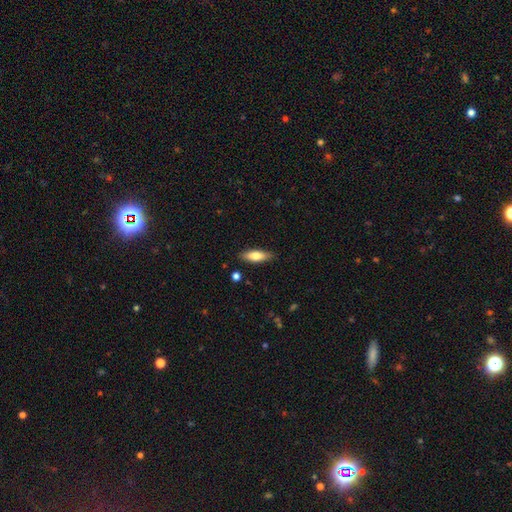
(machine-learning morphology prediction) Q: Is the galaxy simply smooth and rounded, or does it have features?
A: smooth — 73%.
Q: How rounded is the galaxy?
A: in between — 59%.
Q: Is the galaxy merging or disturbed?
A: none — 86%.